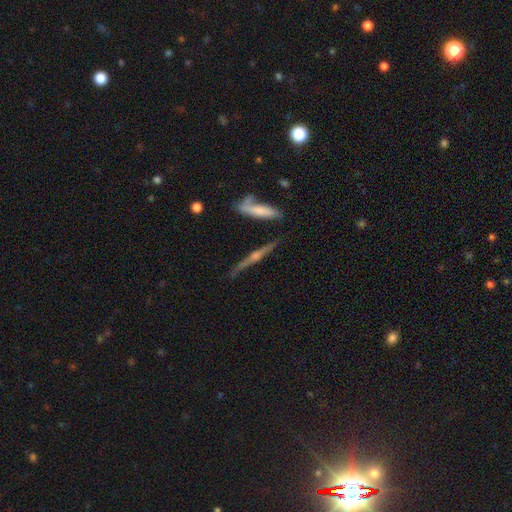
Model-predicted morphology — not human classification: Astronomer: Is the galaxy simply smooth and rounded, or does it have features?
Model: featured or disk — 78%.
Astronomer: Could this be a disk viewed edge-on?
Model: yes — 96%.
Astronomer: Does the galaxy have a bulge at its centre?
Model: rounded — 83%.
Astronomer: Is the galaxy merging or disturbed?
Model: none — 76%.